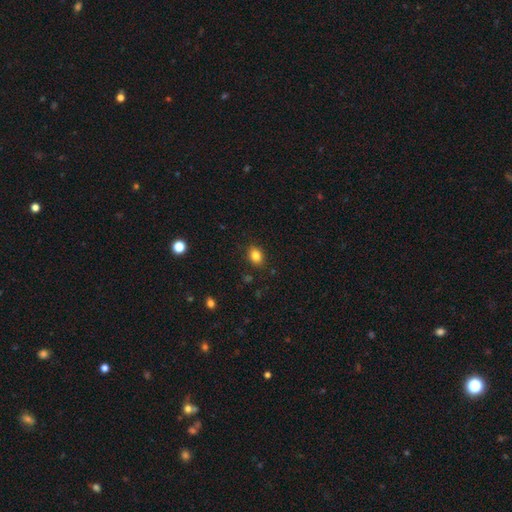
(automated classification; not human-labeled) Smooth or featured: smooth — 83% (star or artifact — 11%)
How rounded: in between — 64% (round — 35%)
Merging: none — 87% (minor disturbance — 9%)